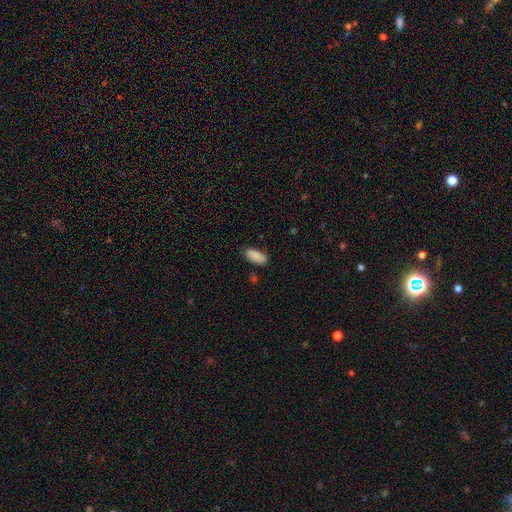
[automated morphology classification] A smooth galaxy with no disk features (90%) that is in between round and cigar-shaped (86%).

Vote fractions:
- Smooth or featured? smooth: 90% / star or artifact: 7% / featured or disk: 4%
- How rounded? in between: 86% / cigar-shaped: 12% / round: 2%
- Merging? none: 83% / minor disturbance: 13% / major disturbance: 3% / merger: 2%